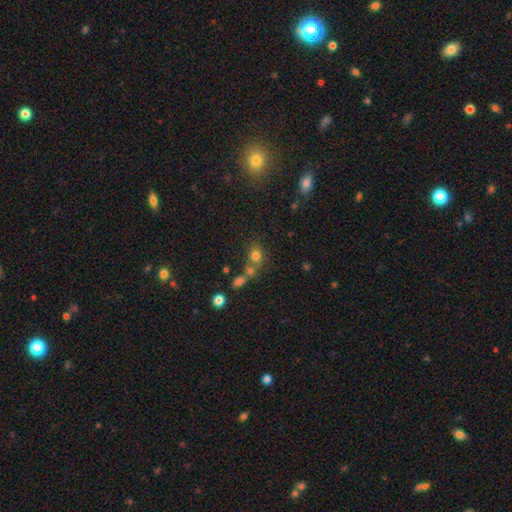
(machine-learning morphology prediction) A smooth galaxy with no disk features (74%) that is round (68%). Merging: none (54%).